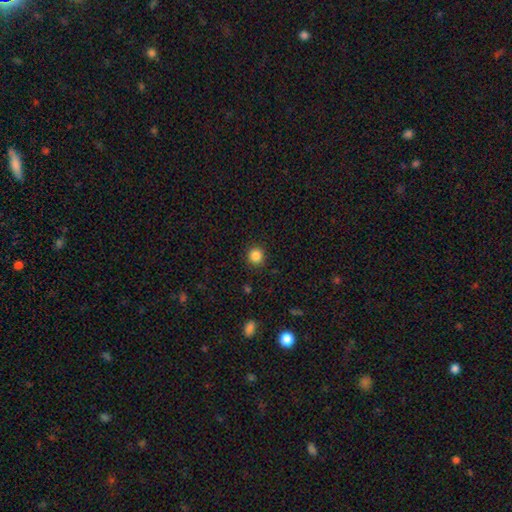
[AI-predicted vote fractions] A smooth galaxy with no disk features (85%) that is round (93%). Merging: none (90%).